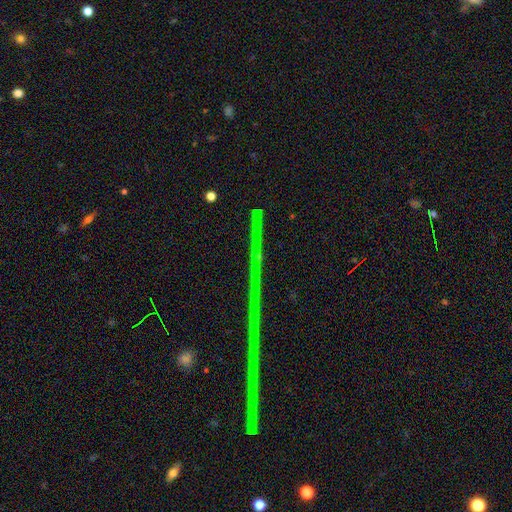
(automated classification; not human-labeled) Morphology: type=star or artifact (77%).